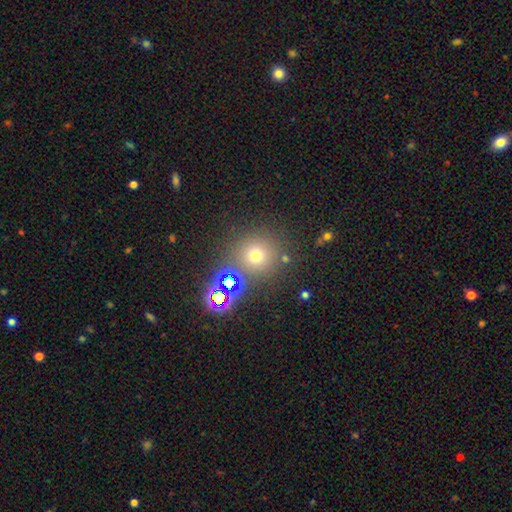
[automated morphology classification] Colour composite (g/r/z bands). It shows a smooth galaxy with no disk features (63%) that is round (92%). Merging: none (77%).